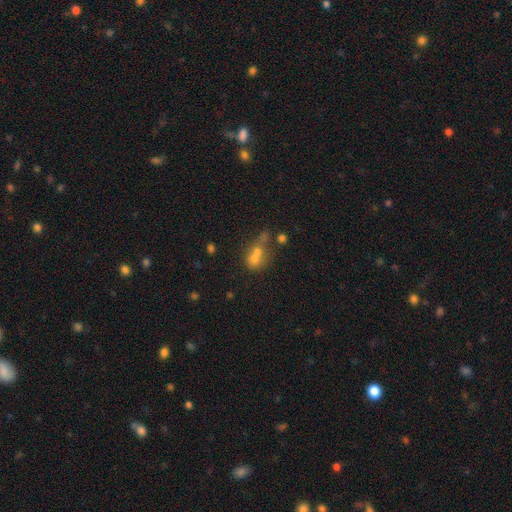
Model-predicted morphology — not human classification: Smooth or featured?
  - smooth: 62% *
  - featured or disk: 23%
  - star or artifact: 15%
How rounded?
  - round: 59% *
  - in between: 39%
  - cigar-shaped: 2%
Merging?
  - merger: 62% *
  - none: 23%
  - minor disturbance: 8%
  - major disturbance: 7%